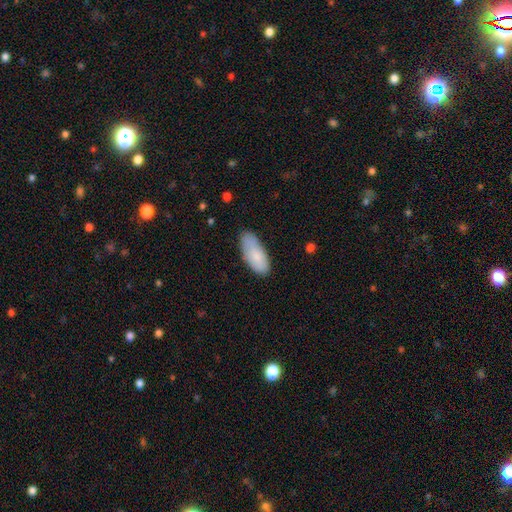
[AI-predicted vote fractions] Smooth or featured?
  - smooth: 83% *
  - featured or disk: 11%
  - star or artifact: 6%
How rounded?
  - in between: 86% *
  - cigar-shaped: 13%
  - round: 2%
Merging?
  - none: 72% *
  - minor disturbance: 22%
  - major disturbance: 4%
  - merger: 2%